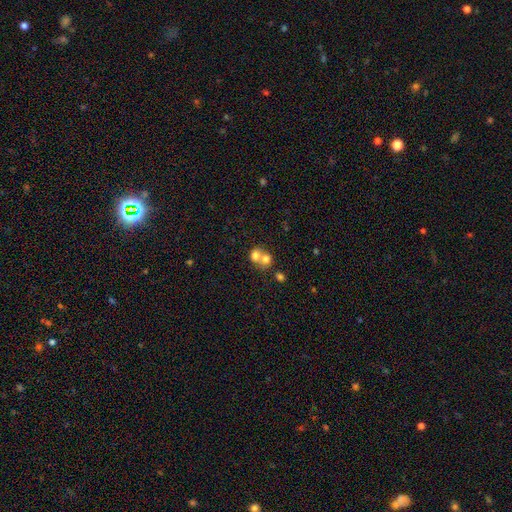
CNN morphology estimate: Overall: smooth (71%). How rounded: round (68%; in between 32%). Merging: merger (68%).